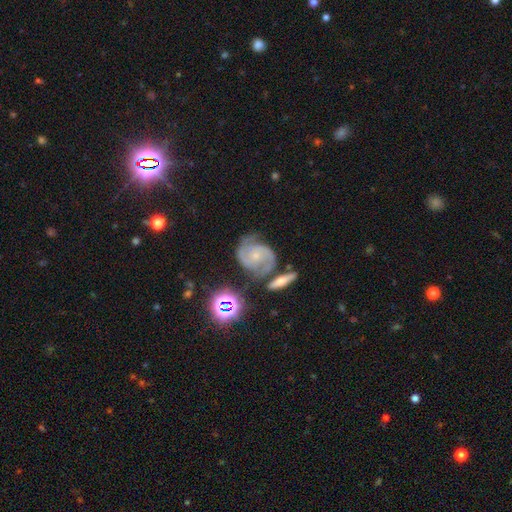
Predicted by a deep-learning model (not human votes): smooth_or_featured: featured or disk (p=0.81) [alt: star or artifact p=0.10]
disk_edge_on: no (p=0.97) [alt: yes p=0.03]
bar: no (p=0.67) [alt: weak p=0.26]
has_spiral_arms: yes (p=0.96) [alt: no p=0.04]
spiral_winding: medium (p=0.47) [alt: tight p=0.40]
spiral_arm_count: 2 (p=0.71) [alt: 3 p=0.13]
bulge_size: small (p=0.72) [alt: moderate p=0.21]
merging: none (p=0.58) [alt: minor disturbance p=0.20]